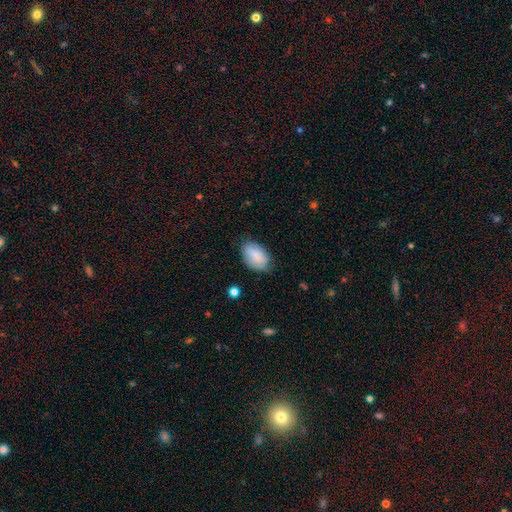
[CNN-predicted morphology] Smooth or featured? smooth (85%)
How rounded? in between (91%)
Merging? none (70%)